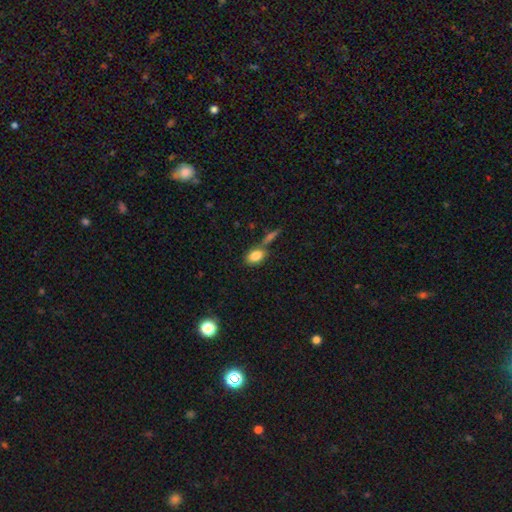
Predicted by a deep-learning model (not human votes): This is clearly a smooth galaxy (84%). How rounded: clearly in between (83%). Merging: possibly none (60%).